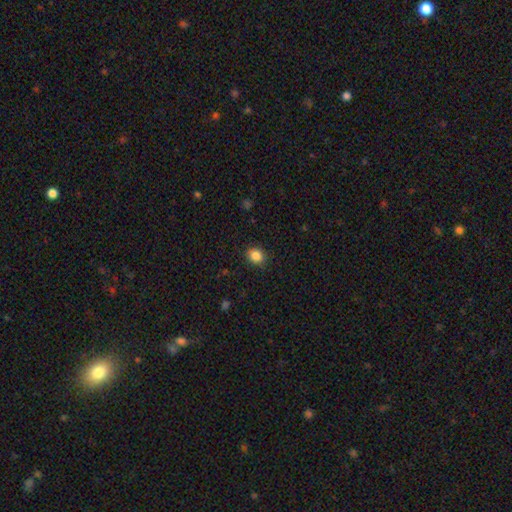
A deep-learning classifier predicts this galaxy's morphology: A smooth galaxy with no disk features (86%) that is round (72%).

Vote fractions:
- Smooth or featured? smooth: 86% / star or artifact: 10% / featured or disk: 4%
- How rounded? round: 72% / in between: 27% / cigar-shaped: 1%
- Merging? none: 90% / minor disturbance: 7% / major disturbance: 2% / merger: 1%